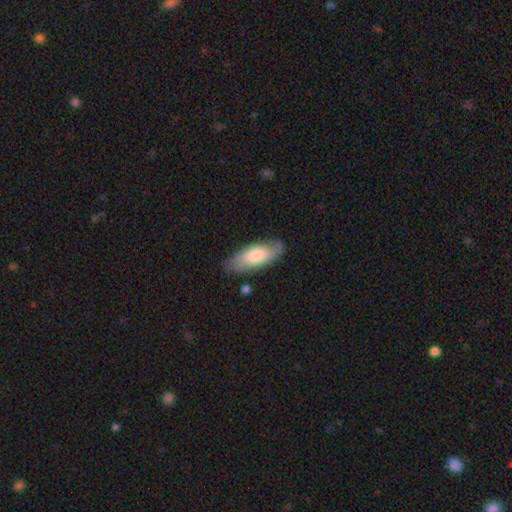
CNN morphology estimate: Smooth or featured?
  - smooth: 69% *
  - featured or disk: 26%
  - star or artifact: 5%
How rounded?
  - in between: 80% *
  - cigar-shaped: 18%
  - round: 2%
Merging?
  - none: 75% *
  - minor disturbance: 18%
  - major disturbance: 5%
  - merger: 2%